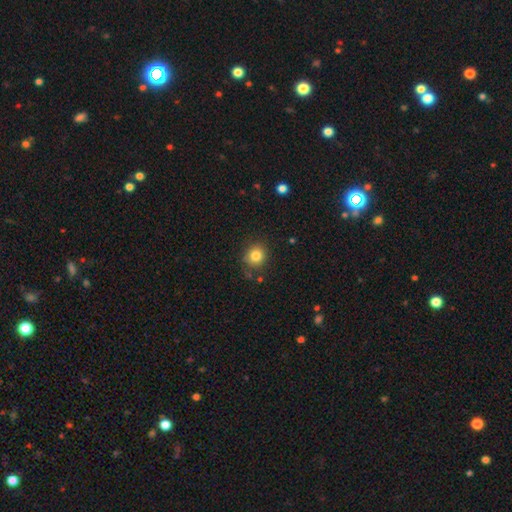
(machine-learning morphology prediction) This appears to be a smooth galaxy with no disk features (82%) that is round (83%). Merging: none (80%).